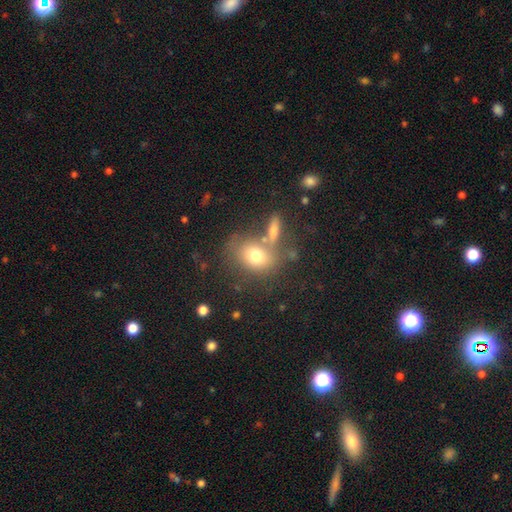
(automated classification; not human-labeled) Q: Smooth or featured?
A: smooth (73%); runner-up: featured or disk (16%)
Q: How rounded?
A: in between (52%); runner-up: round (46%)
Q: Merging?
A: none (56%); runner-up: merger (22%)